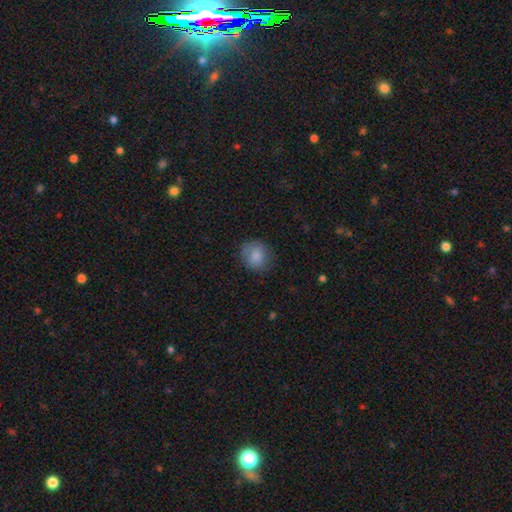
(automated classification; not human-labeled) Overall: smooth (85%). How rounded: round (78%). Merging: none (79%).